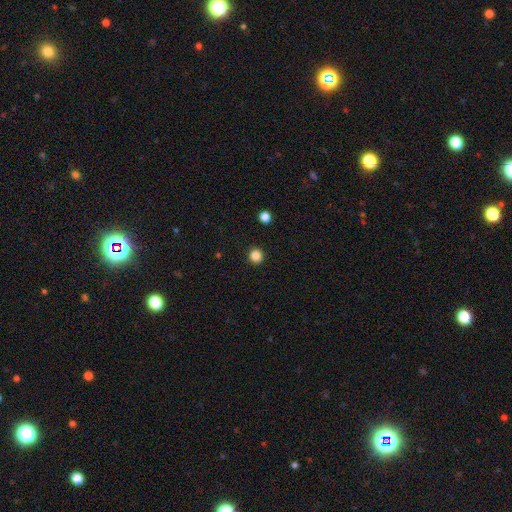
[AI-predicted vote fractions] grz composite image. It shows a smooth galaxy with no disk features (85%) that is round (94%). Merging: none (93%).